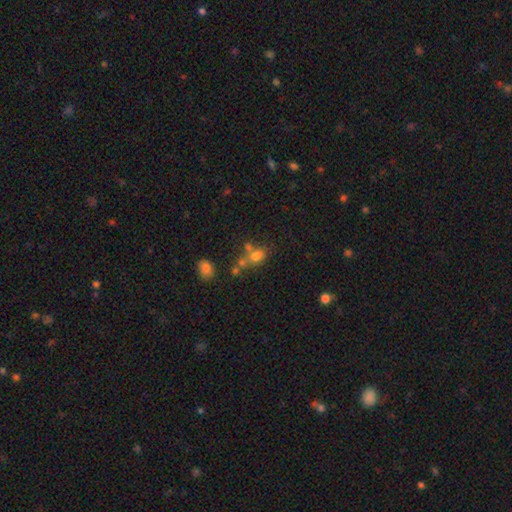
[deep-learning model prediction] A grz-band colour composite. It shows a smooth galaxy with no disk features (67%) that is in between round and cigar-shaped (63%). Merging: merger (40%).